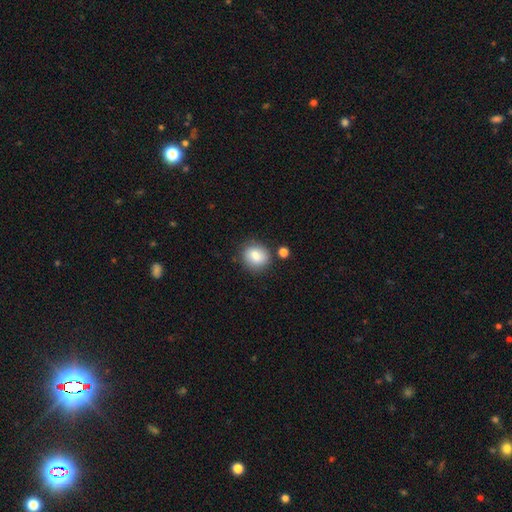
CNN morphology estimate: This appears to be a smooth galaxy with no disk features (82%) that is round (74%). Merging: none (79%).